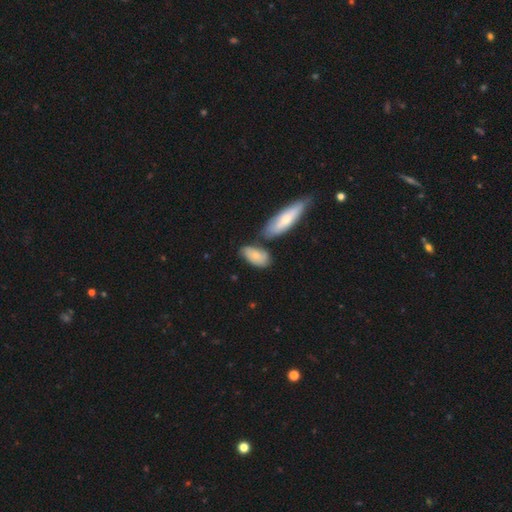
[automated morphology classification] This appears to be a smooth galaxy with no disk features (64%) that is in between round and cigar-shaped (87%). Merging: none (52%).